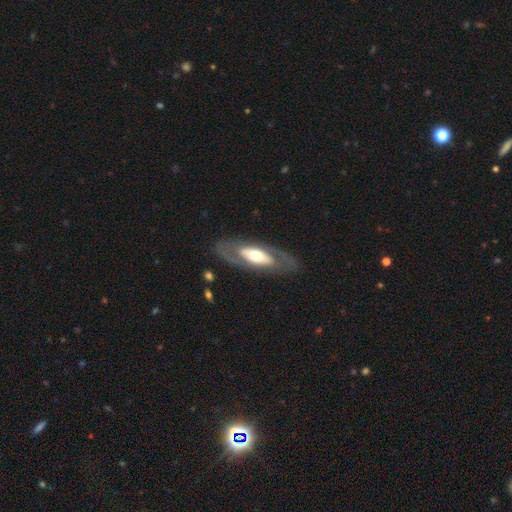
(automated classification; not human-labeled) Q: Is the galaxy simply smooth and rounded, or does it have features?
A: featured or disk — 68%.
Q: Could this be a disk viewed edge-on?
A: no — 79%.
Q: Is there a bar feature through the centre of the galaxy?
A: no — 63%.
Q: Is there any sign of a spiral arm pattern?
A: no — 58%.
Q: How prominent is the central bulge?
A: moderate — 56%.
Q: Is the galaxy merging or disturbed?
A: none — 78%.